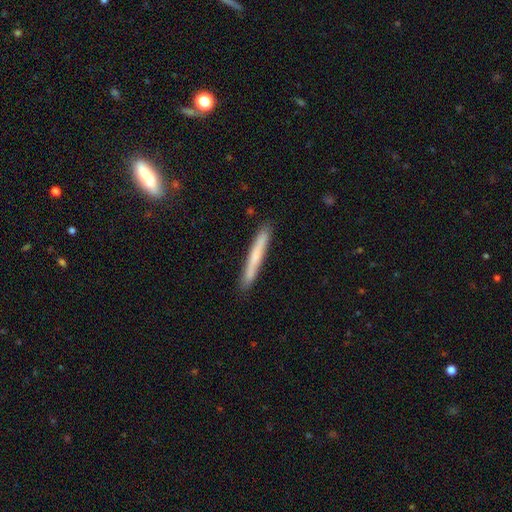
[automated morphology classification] type=smooth (61%); roundness=cigar-shaped (97%); merging=none (89%).